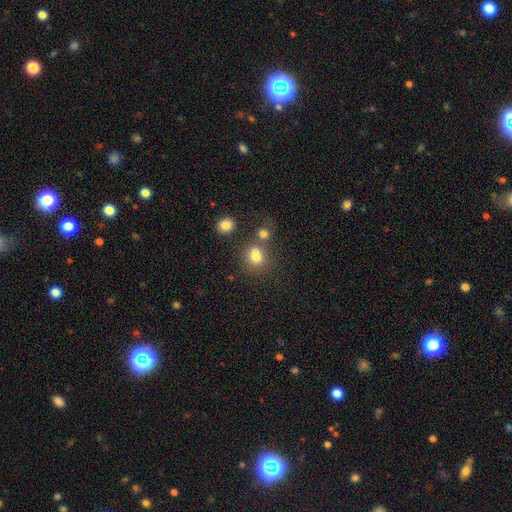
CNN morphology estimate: A smooth galaxy with no disk features (75%) that is round (61%).

Vote fractions:
- Smooth or featured? smooth: 75% / star or artifact: 15% / featured or disk: 10%
- How rounded? round: 61% / in between: 38% / cigar-shaped: 1%
- Merging? none: 47% / merger: 35% / minor disturbance: 12% / major disturbance: 6%